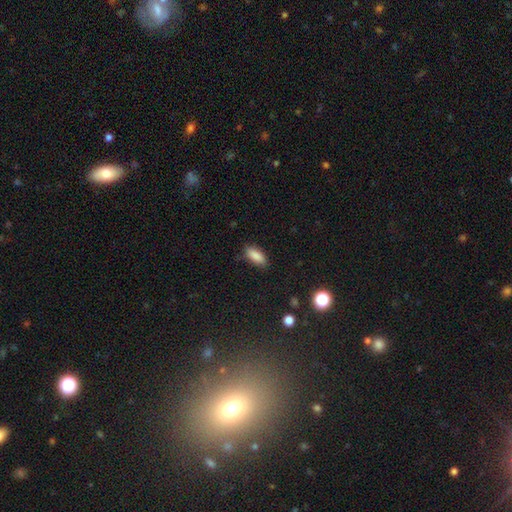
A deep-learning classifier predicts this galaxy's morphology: A smooth galaxy with no disk features (87%) that is in between round and cigar-shaped (84%). Merging: none (82%).